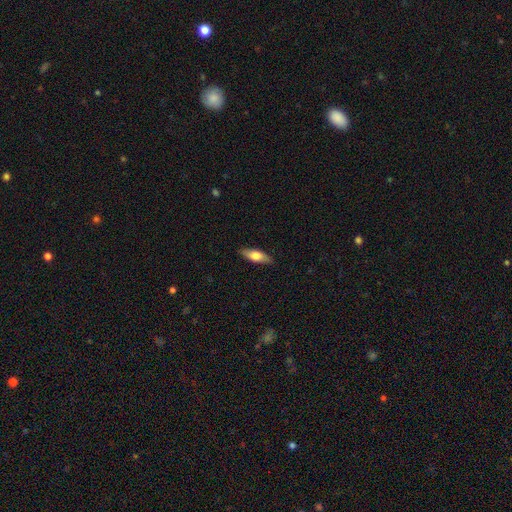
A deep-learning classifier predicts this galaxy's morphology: Smooth or featured? smooth (65%)
How rounded? in between (60%)
Merging? none (87%)